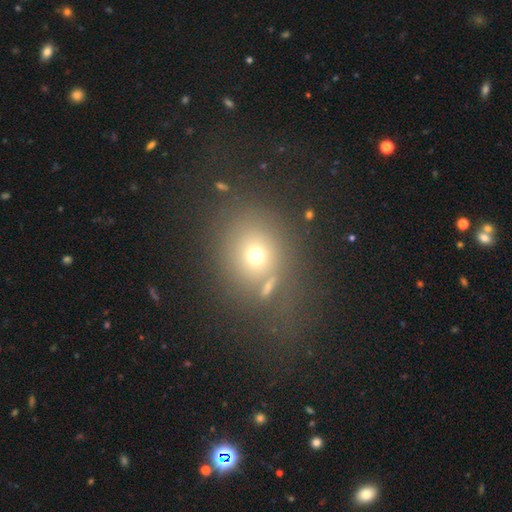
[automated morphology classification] type=smooth (64%); roundness=round (71%); merging=none (62%).